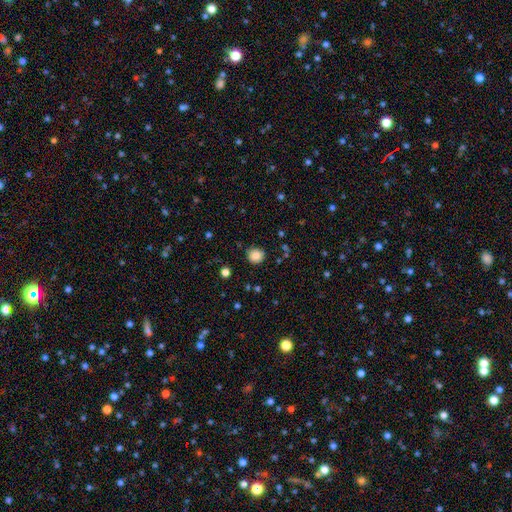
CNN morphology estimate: smooth-or-featured: smooth: 84% | star or artifact: 11% | featured or disk: 5%
  how-rounded: round: 88% | in between: 11% | cigar-shaped: 1%
  merging: none: 85% | minor disturbance: 10% | major disturbance: 3% | merger: 2%